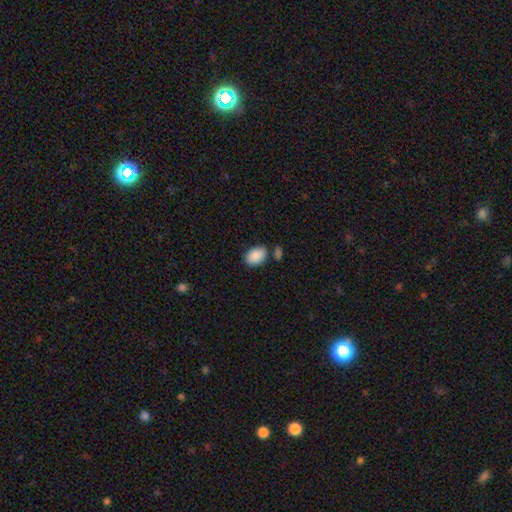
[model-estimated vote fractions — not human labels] Smooth or featured? smooth (89%)
How rounded? in between (84%)
Merging? none (73%)